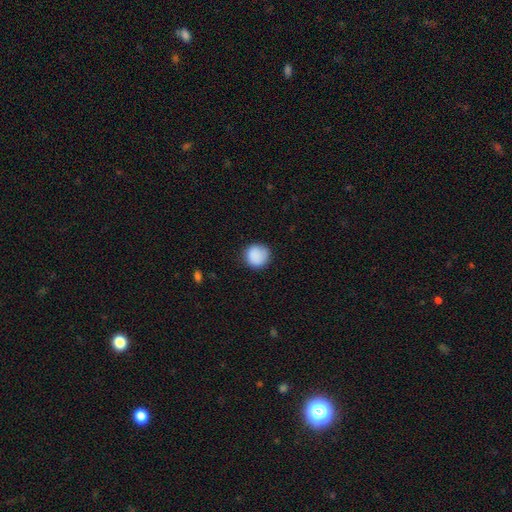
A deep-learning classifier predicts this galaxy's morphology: Q: Smooth or featured?
A: smooth (88%); runner-up: star or artifact (8%)
Q: How rounded?
A: round (92%); runner-up: in between (7%)
Q: Merging?
A: none (84%); runner-up: minor disturbance (12%)